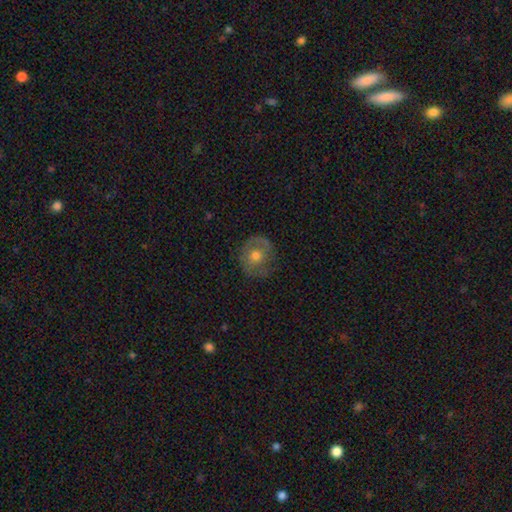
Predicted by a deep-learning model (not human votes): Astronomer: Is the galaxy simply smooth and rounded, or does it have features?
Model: featured or disk — 47% (runner-up: smooth, 44%).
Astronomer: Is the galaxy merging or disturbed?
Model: none — 73%.